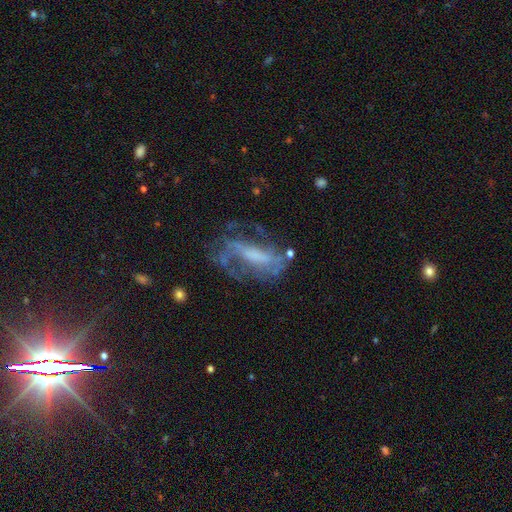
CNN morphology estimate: Smooth or featured: featured or disk — 72% (smooth — 17%)
Edge-on disk: no — 89% (yes — 11%)
Bar: strong — 36% (weak — 35%)
Spiral arms: yes — 73% (no — 27%)
Bulge size: none — 32% (moderate — 29%)
Merging: none — 49% (major disturbance — 26%)